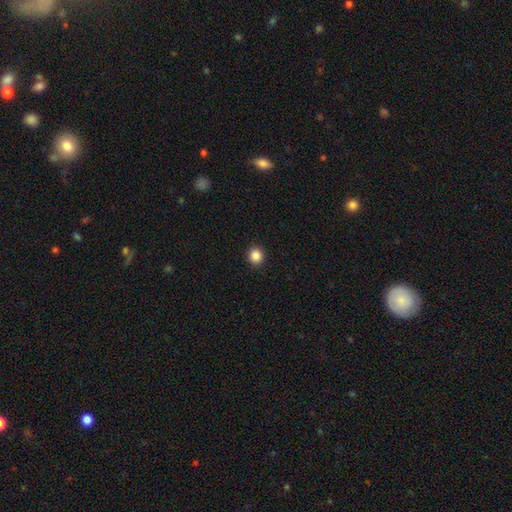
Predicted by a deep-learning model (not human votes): This appears to be a smooth galaxy with no disk features (87%) that is round (90%). Merging: none (93%).